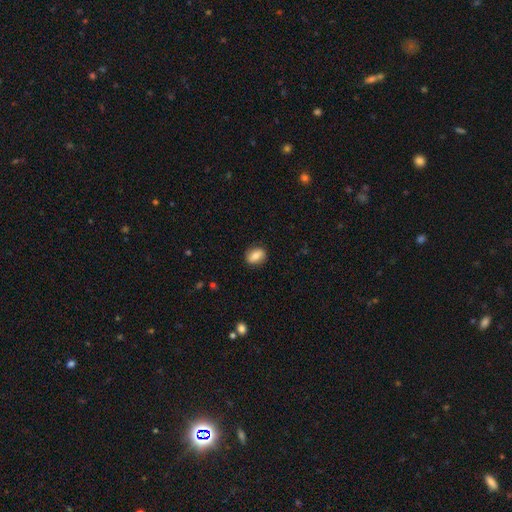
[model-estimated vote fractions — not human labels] A smooth galaxy with no disk features (74%) that is in between round and cigar-shaped (68%).

Vote fractions:
- Smooth or featured? smooth: 74% / featured or disk: 18% / star or artifact: 8%
- How rounded? in between: 68% / round: 30% / cigar-shaped: 2%
- Merging? none: 86% / minor disturbance: 10% / major disturbance: 2% / merger: 1%